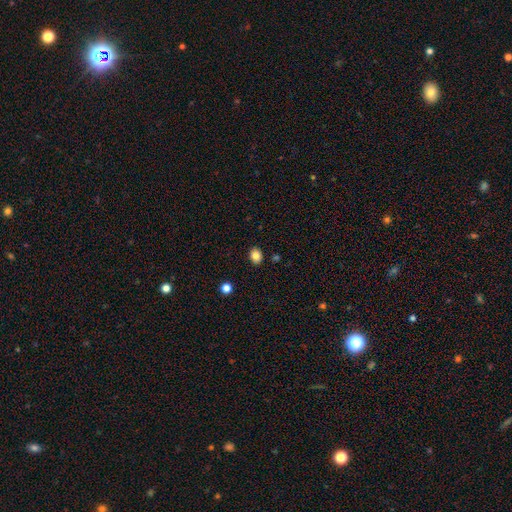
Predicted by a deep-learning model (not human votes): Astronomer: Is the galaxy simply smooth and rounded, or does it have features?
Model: smooth — 84%.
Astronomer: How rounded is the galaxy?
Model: in between — 55% (runner-up: round, 44%).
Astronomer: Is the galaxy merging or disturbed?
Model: none — 89%.